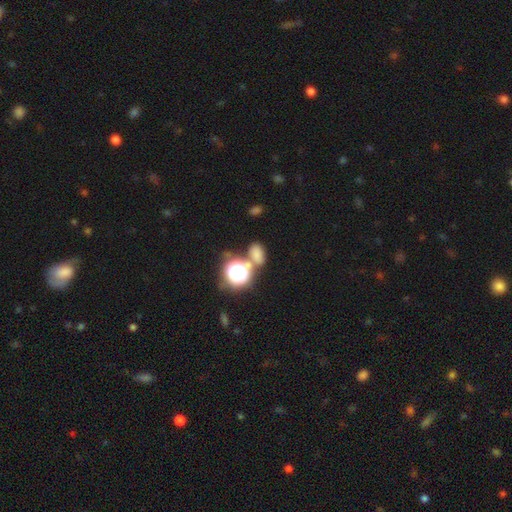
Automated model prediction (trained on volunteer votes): smooth 64%, star or artifact 26%, featured or disk 9%. Down the decision tree: how rounded — in between (68%); merging — none (52%).